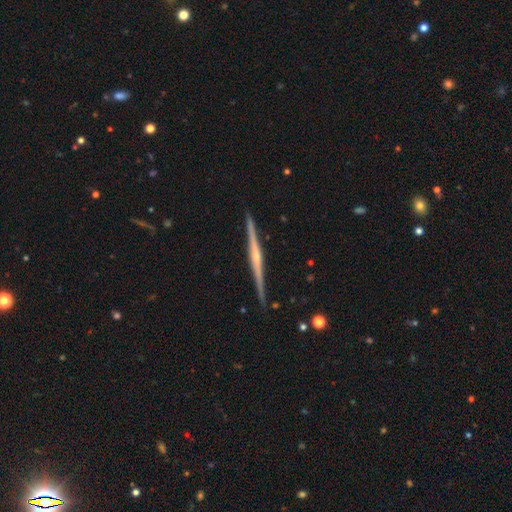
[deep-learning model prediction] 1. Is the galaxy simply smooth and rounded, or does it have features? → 82% featured or disk, 13% smooth, 5% star or artifact.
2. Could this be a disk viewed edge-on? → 99% yes, 1% no.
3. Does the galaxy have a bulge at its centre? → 59% rounded, 29% none, 12% boxy.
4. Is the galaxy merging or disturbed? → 91% none, 7% minor disturbance, 1% major disturbance, 1% merger.